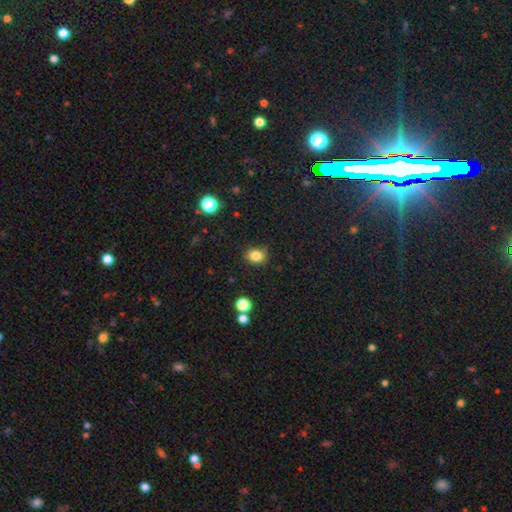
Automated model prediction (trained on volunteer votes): Overall: smooth (83%). How rounded: round (57%; in between 42%). Merging: none (82%).